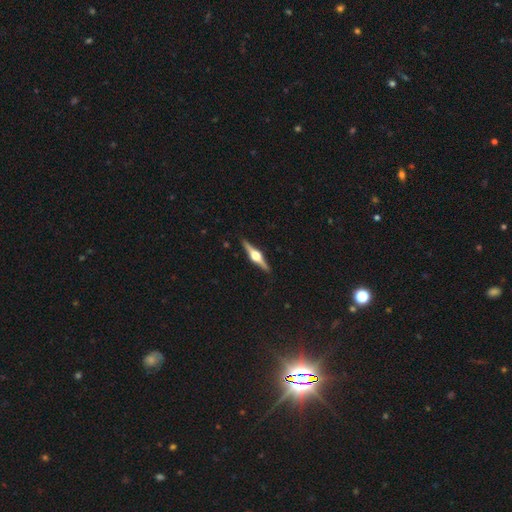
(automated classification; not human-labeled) A featured or disk galaxy (82%) viewed edge-on (98%) with a rounded central bulge (95%). Merging: none (91%).